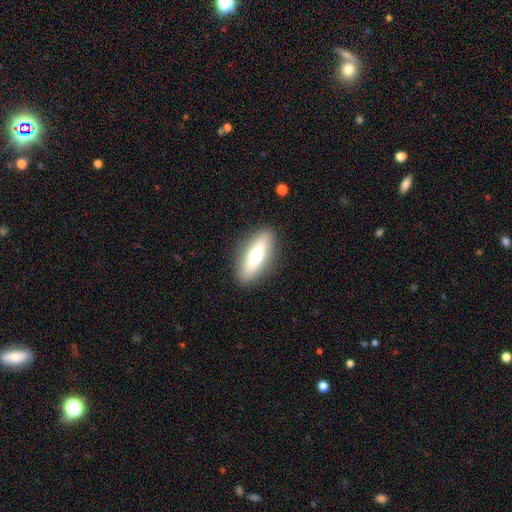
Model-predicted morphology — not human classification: smooth_or_featured: smooth (p=0.63) [alt: featured or disk p=0.30]
how_rounded: in between (p=0.57) [alt: cigar-shaped p=0.41]
merging: none (p=0.89) [alt: minor disturbance p=0.08]